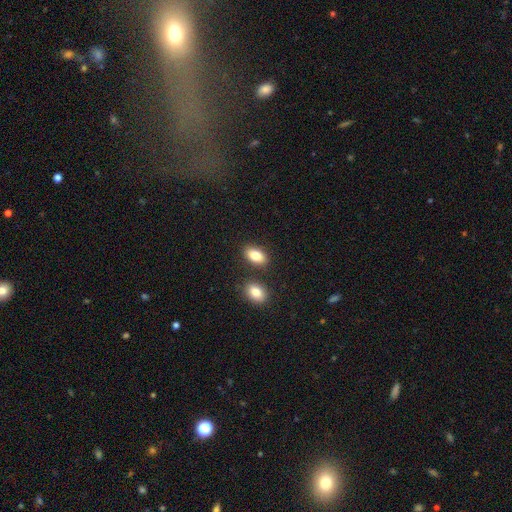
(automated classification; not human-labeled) This appears to be a smooth galaxy with no disk features (84%) that is in between round and cigar-shaped (91%). Merging: none (77%).